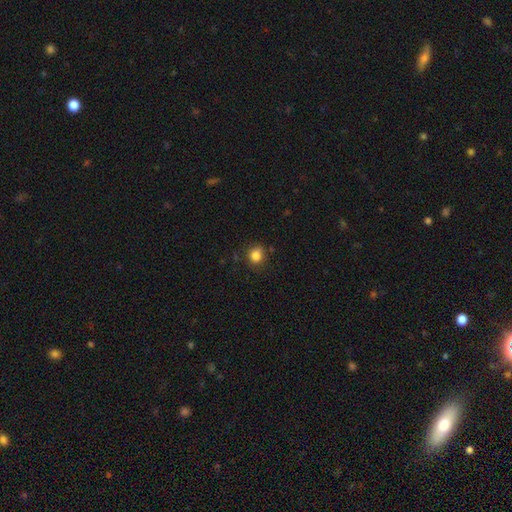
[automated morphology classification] The model was most divided on "how rounded": round: 80%, in between: 19%, cigar-shaped: 1%. More confident: smooth or featured — smooth (84%); merging — none (82%).